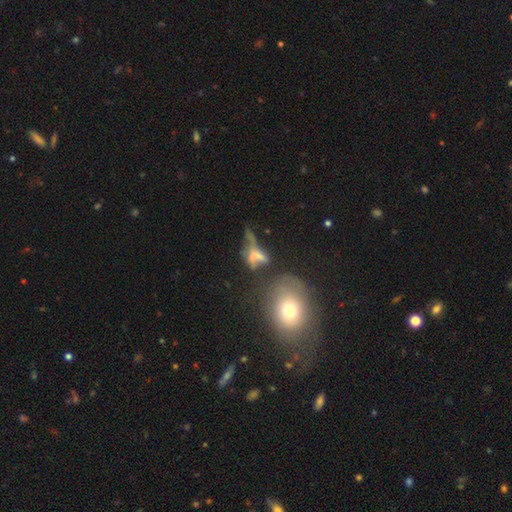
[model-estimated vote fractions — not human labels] This is marginally a smooth galaxy (44%). Merging: marginally merger (34%).